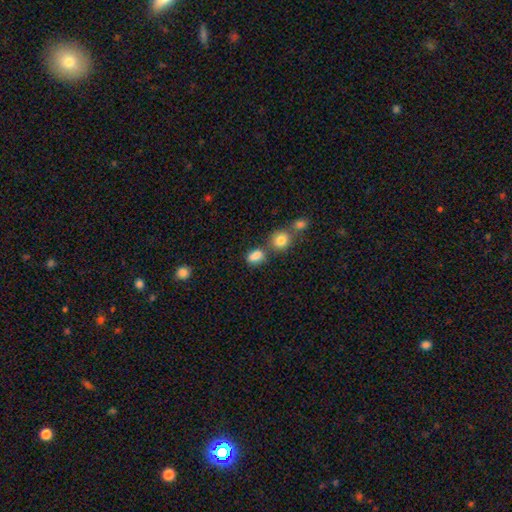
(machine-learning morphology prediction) A smooth galaxy with no disk features (84%) that is in between round and cigar-shaped (73%). Merging: none (58%).